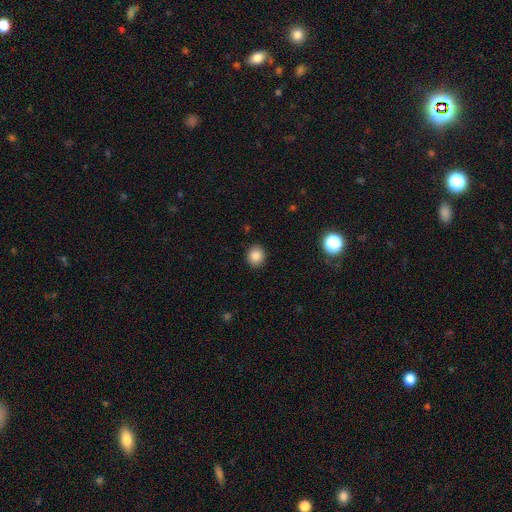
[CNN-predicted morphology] smooth-or-featured: smooth: 85% | star or artifact: 10% | featured or disk: 5%
  how-rounded: round: 76% | in between: 23% | cigar-shaped: 1%
  merging: none: 90% | minor disturbance: 6% | major disturbance: 2% | merger: 1%